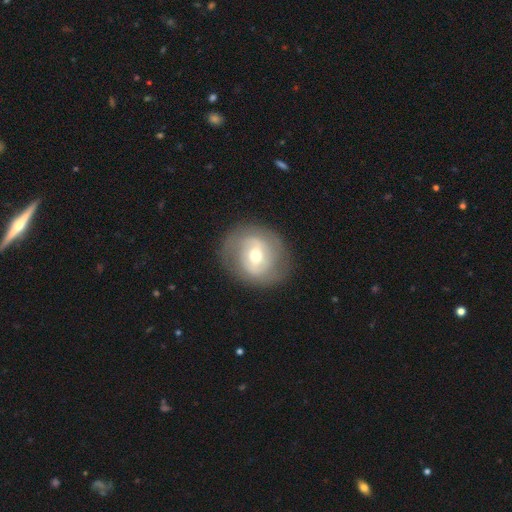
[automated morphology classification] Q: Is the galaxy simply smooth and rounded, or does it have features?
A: featured or disk — 67%.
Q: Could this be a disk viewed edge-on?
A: no — 96%.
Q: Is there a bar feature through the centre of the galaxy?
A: weak — 44%.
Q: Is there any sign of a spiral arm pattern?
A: yes — 72%.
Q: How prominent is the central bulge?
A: moderate — 59%.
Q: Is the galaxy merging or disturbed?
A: none — 81%.